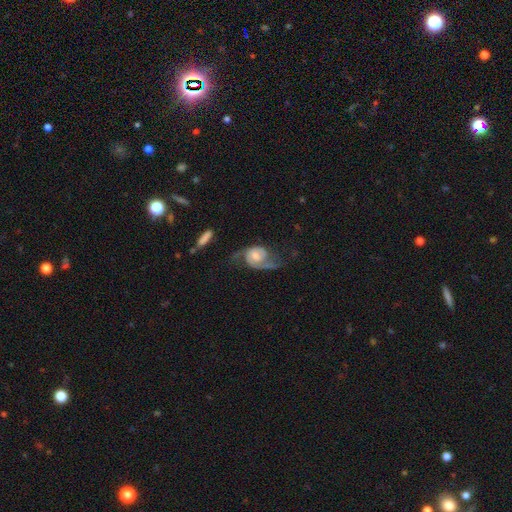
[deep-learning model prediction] This appears to be a featured or disk galaxy (79%) with no bar (60%), 2 (79%) medium (43%) spiral arms (93%) and a moderate central bulge (47%). Merging: none (42%).